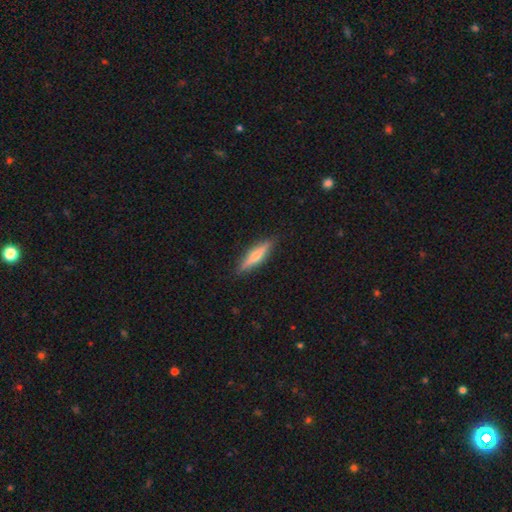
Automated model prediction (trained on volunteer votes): This appears to be a smooth galaxy with no disk features (47%, tied with featured or disk). Merging: none (89%).